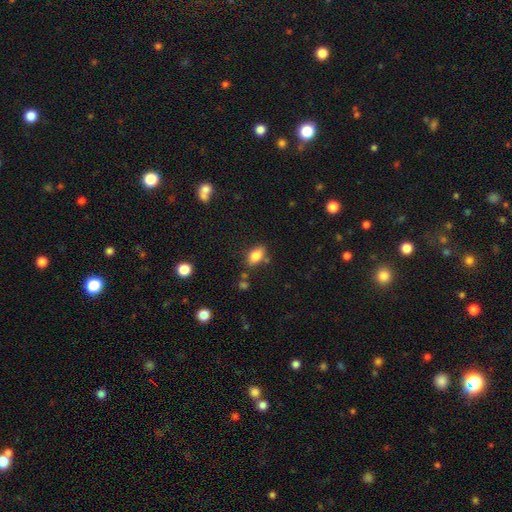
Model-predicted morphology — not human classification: Overall: smooth (83%). How rounded: in between (87%). Merging: none (77%).